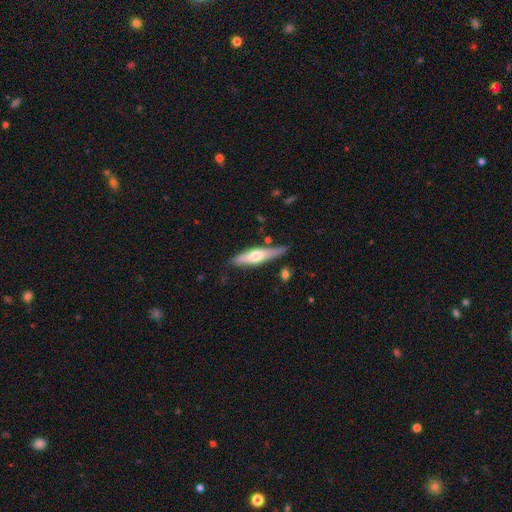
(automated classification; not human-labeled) Smooth or featured? smooth (49%)
Merging? none (75%)